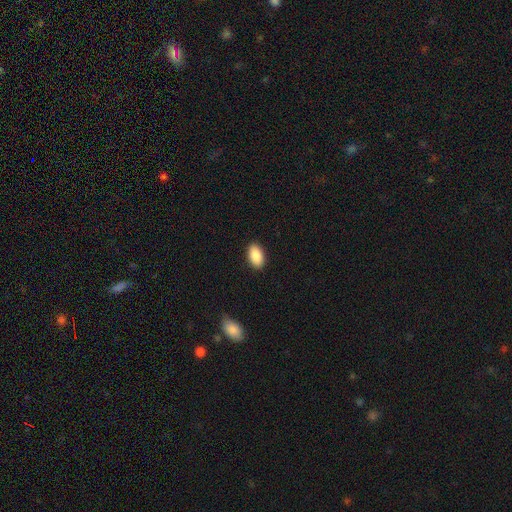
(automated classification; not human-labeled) Smooth or featured: smooth — 89% (star or artifact — 7%)
How rounded: in between — 94% (round — 4%)
Merging: none — 90% (minor disturbance — 7%)